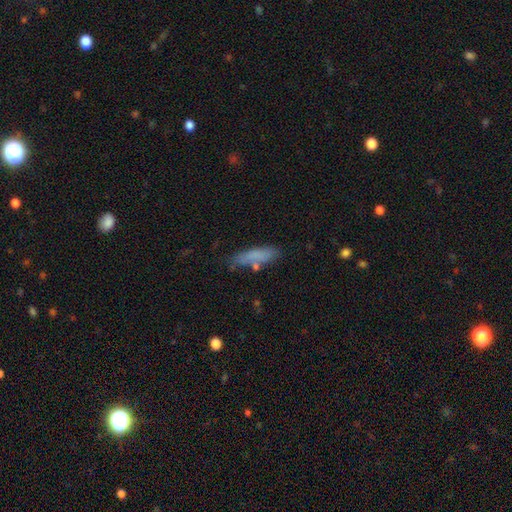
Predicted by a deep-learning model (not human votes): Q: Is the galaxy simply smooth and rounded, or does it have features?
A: smooth — 75%.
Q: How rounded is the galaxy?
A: cigar-shaped — 69%.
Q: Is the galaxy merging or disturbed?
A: none — 66%.